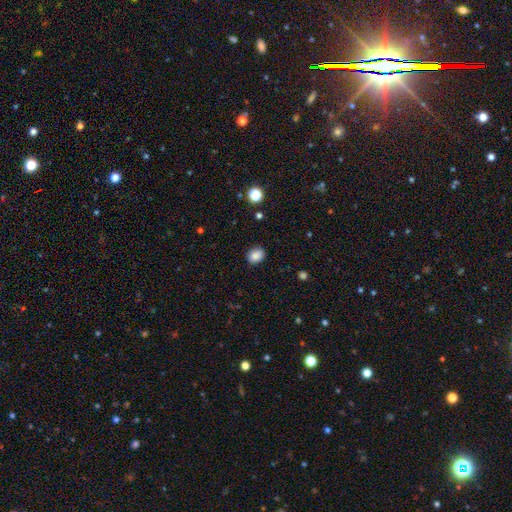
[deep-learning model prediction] Smooth or featured? smooth (87%)
How rounded? round (51%)
Merging? none (86%)